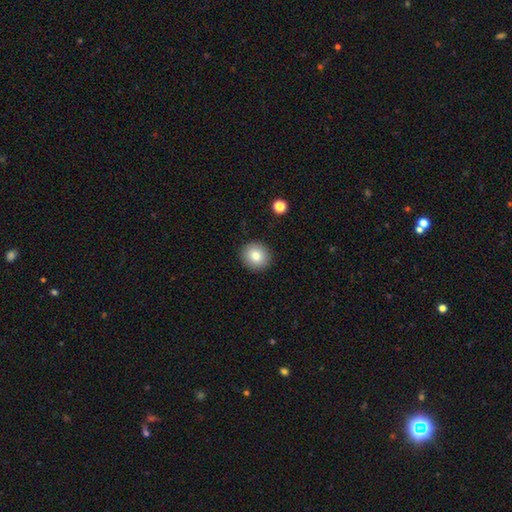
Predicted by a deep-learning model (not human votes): A smooth galaxy with no disk features (83%) that is round (90%). Merging: none (91%).